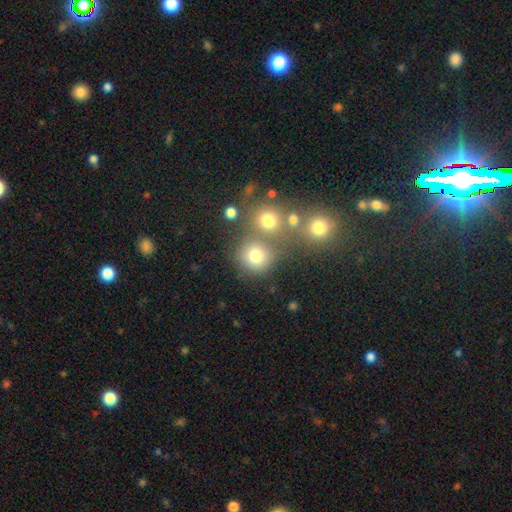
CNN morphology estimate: A smooth galaxy with no disk features (75%) that is round (89%). Merging: none (62%).